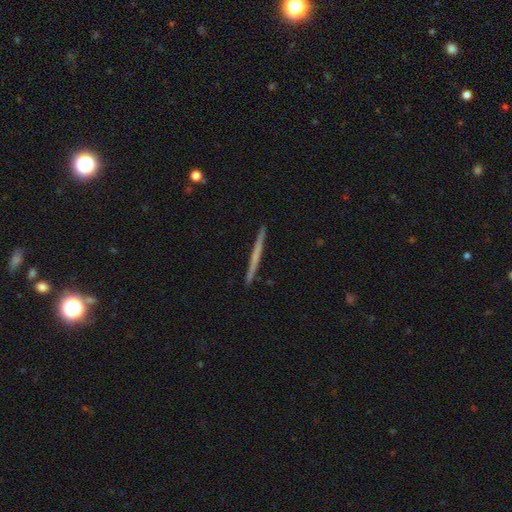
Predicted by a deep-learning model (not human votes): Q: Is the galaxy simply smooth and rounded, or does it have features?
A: featured or disk — 49%.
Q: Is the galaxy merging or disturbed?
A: none — 93%.